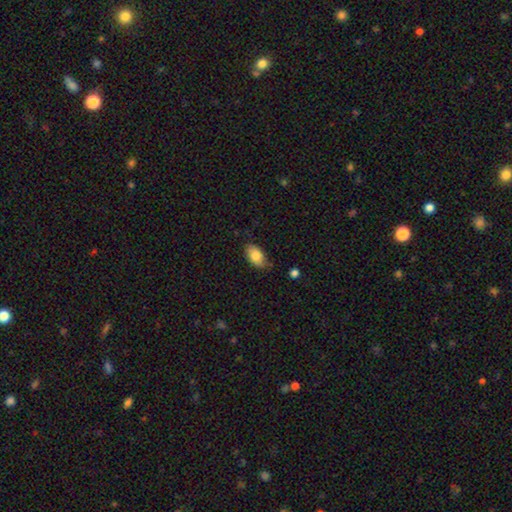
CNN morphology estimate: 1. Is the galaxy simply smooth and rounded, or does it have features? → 81% smooth, 12% featured or disk, 7% star or artifact.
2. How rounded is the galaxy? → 93% in between, 5% round, 2% cigar-shaped.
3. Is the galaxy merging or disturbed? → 72% none, 23% minor disturbance, 4% major disturbance, 2% merger.